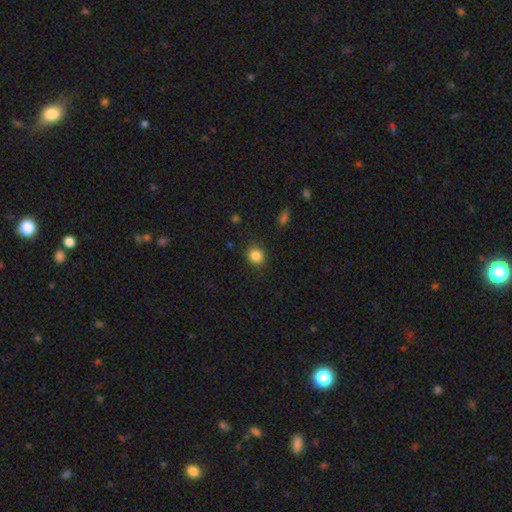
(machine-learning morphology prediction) A smooth galaxy with no disk features (85%) that is round (83%).

Vote fractions:
- Smooth or featured? smooth: 85% / star or artifact: 11% / featured or disk: 4%
- How rounded? round: 83% / in between: 16% / cigar-shaped: 1%
- Merging? none: 87% / minor disturbance: 9% / major disturbance: 3% / merger: 1%